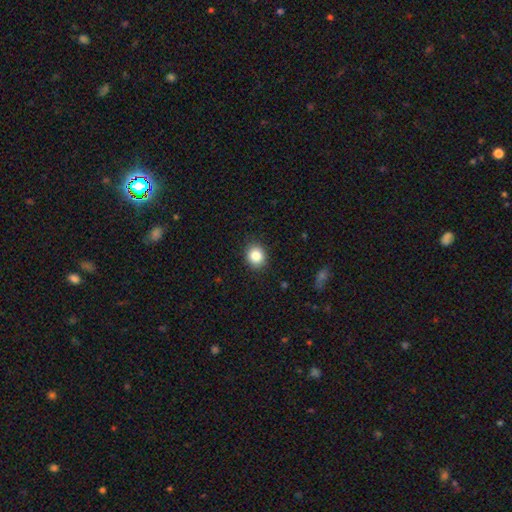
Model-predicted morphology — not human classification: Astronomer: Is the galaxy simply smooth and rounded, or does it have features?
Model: smooth — 85%.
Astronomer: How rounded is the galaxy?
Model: round — 67%.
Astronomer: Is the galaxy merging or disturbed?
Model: none — 89%.